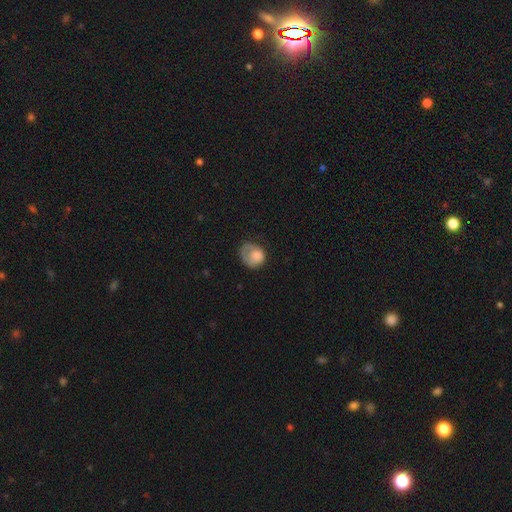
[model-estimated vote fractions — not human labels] This is likely a smooth galaxy (75%). How rounded: likely round (63%). Merging: marginally none (35%).